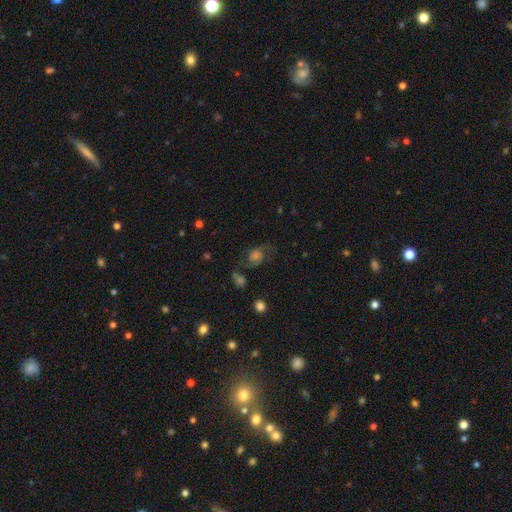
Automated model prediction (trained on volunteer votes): This is possibly a featured or disk galaxy (54%). It is clearly not viewed edge-on (96%). Bar: likely no (70%). Spiral arm pattern: clearly yes (88%). Central bulge: marginally moderate (39%). Merging: likely none (61%).